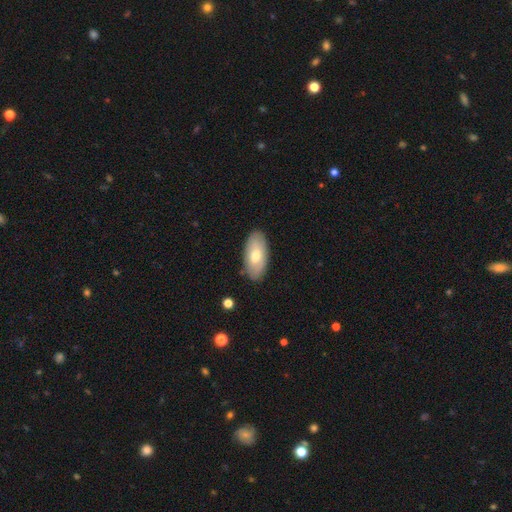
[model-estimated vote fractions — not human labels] A smooth galaxy with no disk features (62%) that is in between round and cigar-shaped (92%).

Vote fractions:
- Smooth or featured? smooth: 62% / featured or disk: 33% / star or artifact: 6%
- How rounded? in between: 92% / cigar-shaped: 5% / round: 3%
- Merging? none: 85% / minor disturbance: 11% / major disturbance: 2% / merger: 1%